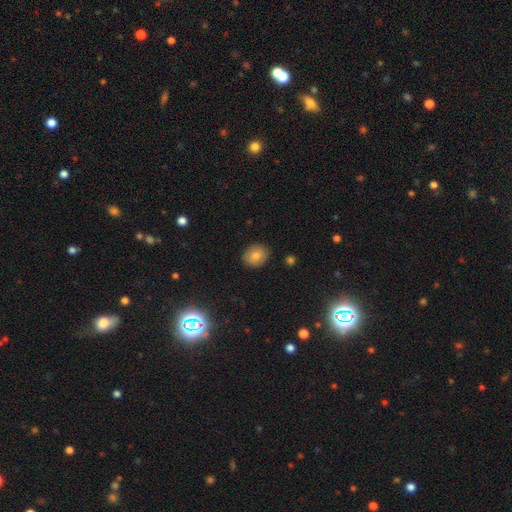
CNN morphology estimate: smooth 80%, featured or disk 11%, star or artifact 10%. Down the decision tree: how rounded — in between (53%); merging — none (86%).